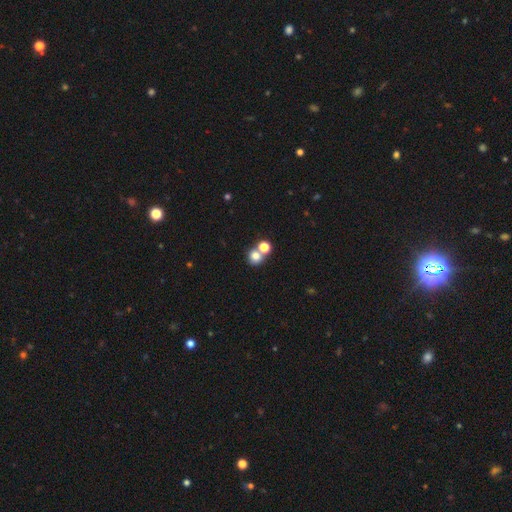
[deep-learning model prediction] This appears to be a smooth galaxy with no disk features (76%) that is round (81%). Merging: none (49%).